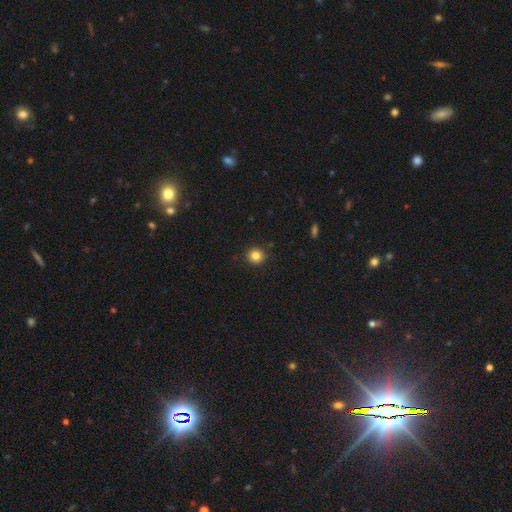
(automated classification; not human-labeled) This is clearly a smooth galaxy (83%). How rounded: clearly round (91%). Merging: clearly none (91%).